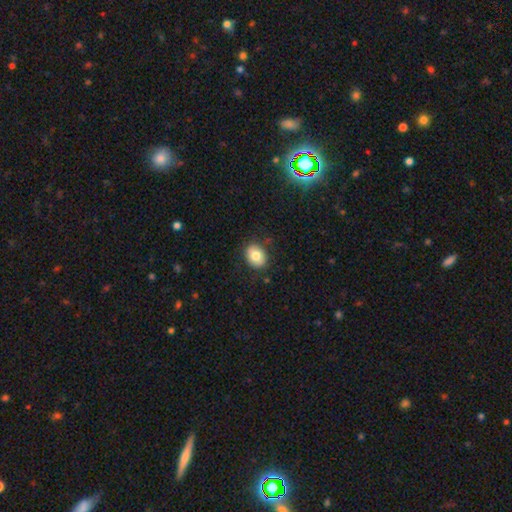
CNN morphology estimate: smooth-or-featured: smooth: 80% | featured or disk: 12% | star or artifact: 8%
  how-rounded: in between: 62% | round: 37% | cigar-shaped: 1%
  merging: none: 85% | minor disturbance: 11% | major disturbance: 3% | merger: 1%